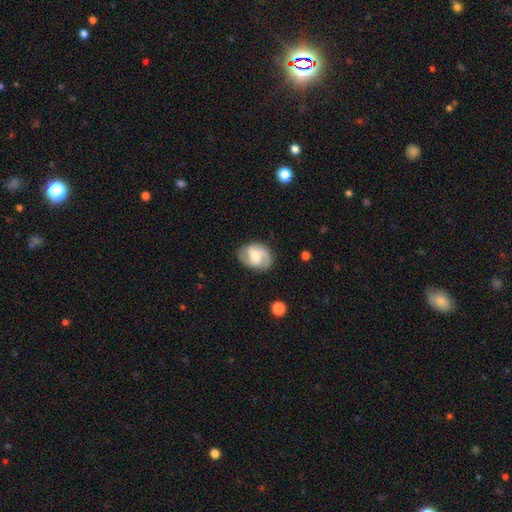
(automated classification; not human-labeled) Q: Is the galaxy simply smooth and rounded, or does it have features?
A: featured or disk — 71%.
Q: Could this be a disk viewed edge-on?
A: no — 97%.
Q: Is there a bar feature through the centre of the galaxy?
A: weak — 48%.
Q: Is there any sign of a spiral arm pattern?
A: yes — 92%.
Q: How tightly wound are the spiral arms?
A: medium — 49%.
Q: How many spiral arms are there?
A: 2 — 75%.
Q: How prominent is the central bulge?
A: moderate — 48%.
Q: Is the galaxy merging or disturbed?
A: none — 79%.